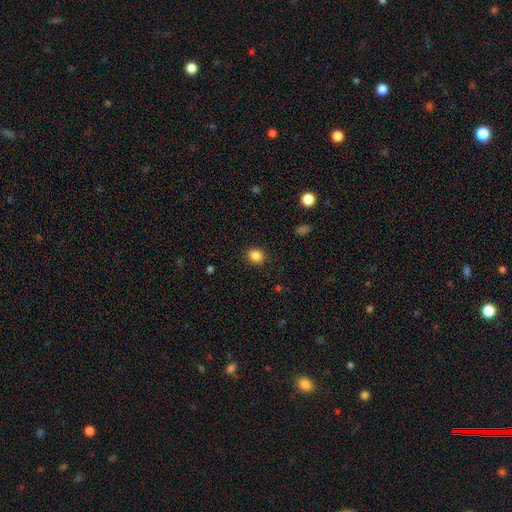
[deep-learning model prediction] Smooth or featured: smooth — 85% (star or artifact — 11%)
How rounded: round — 79% (in between — 20%)
Merging: none — 90% (minor disturbance — 7%)